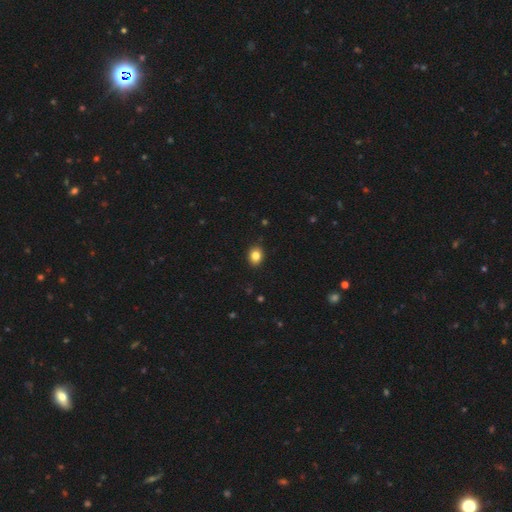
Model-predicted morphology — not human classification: The model was most divided on "how rounded": round: 51%, in between: 48%, cigar-shaped: 1%. More confident: merging — none (89%); smooth or featured — smooth (83%).